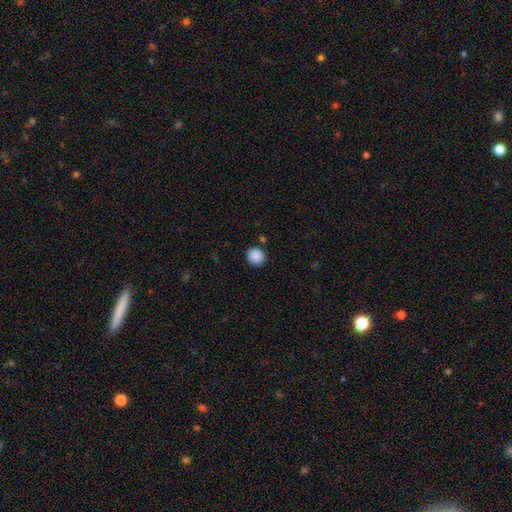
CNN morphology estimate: smooth 89%, star or artifact 9%, featured or disk 2%. Down the decision tree: how rounded — round (85%); merging — none (88%).